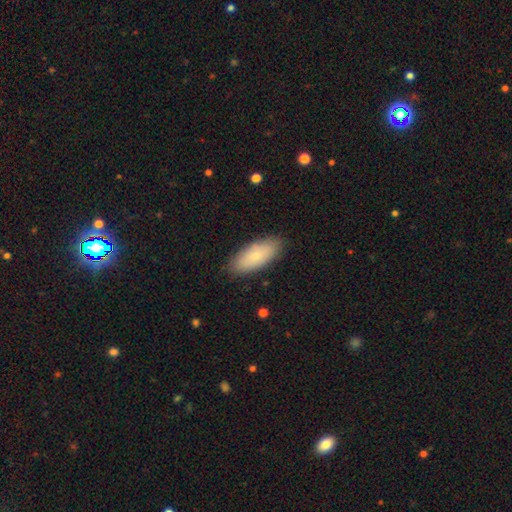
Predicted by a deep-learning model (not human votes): smooth-or-featured: smooth: 80% | featured or disk: 14% | star or artifact: 6%
  how-rounded: in between: 84% | cigar-shaped: 14% | round: 2%
  merging: none: 86% | minor disturbance: 11% | major disturbance: 2% | merger: 1%